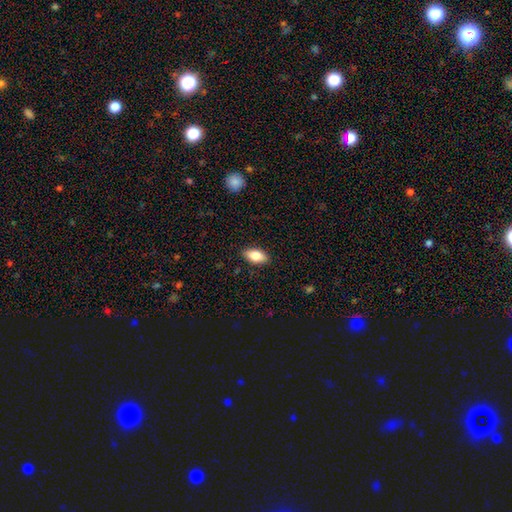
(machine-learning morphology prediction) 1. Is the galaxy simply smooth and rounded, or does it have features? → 80% smooth, 13% featured or disk, 7% star or artifact.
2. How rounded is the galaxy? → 90% in between, 6% cigar-shaped, 4% round.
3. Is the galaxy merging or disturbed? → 88% none, 9% minor disturbance, 2% major disturbance, 1% merger.